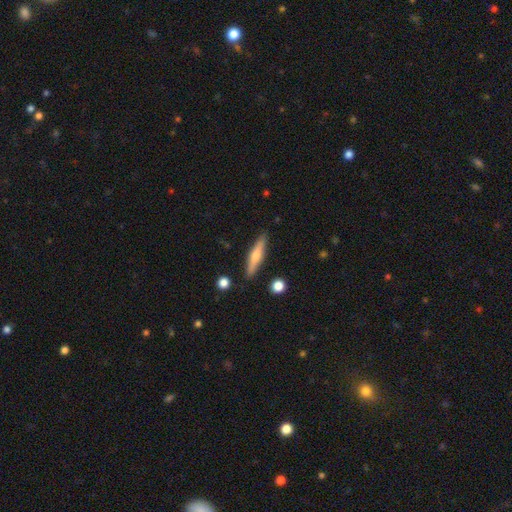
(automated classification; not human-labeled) A featured or disk galaxy (52%) viewed edge-on (93%).

Vote fractions:
- Smooth or featured? featured or disk: 52% / smooth: 41% / star or artifact: 6%
- Edge-on disk? yes: 93% / no: 7%
- Merging? none: 88% / minor disturbance: 8% / merger: 2% / major disturbance: 2%